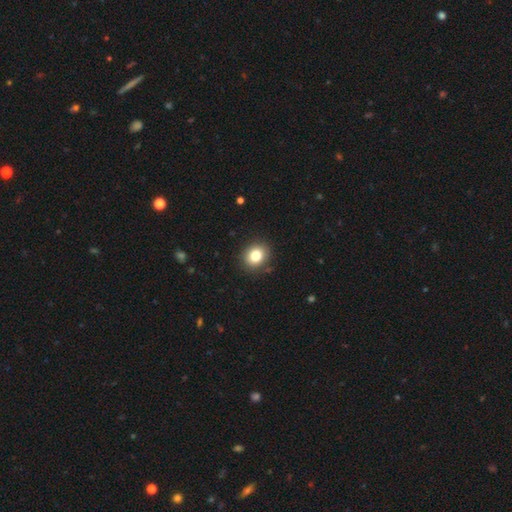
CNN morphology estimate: The model was most divided on "how rounded": round: 65%, in between: 34%, cigar-shaped: 1%. More confident: merging — none (88%); smooth or featured — smooth (81%).